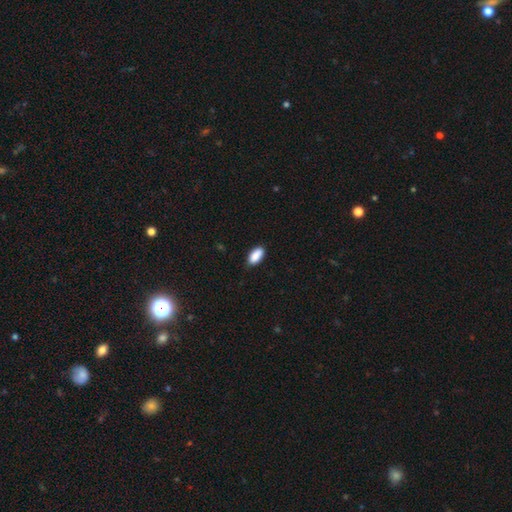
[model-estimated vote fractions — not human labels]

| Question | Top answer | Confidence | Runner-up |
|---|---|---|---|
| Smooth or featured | smooth | 89% | star or artifact (7%) |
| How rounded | in between | 89% | cigar-shaped (8%) |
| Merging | none | 82% | minor disturbance (15%) |